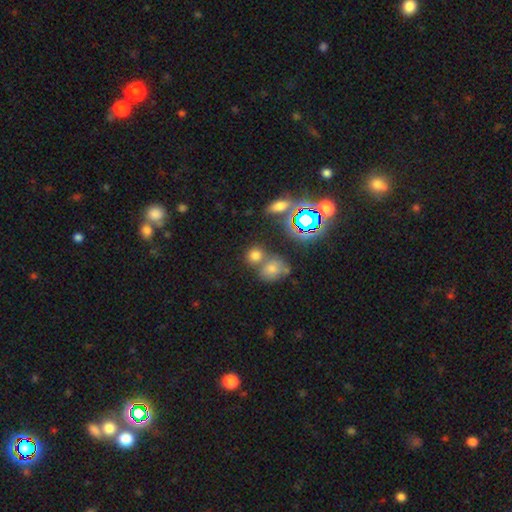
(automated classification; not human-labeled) Morphology: type=smooth (67%); roundness=round (74%); merging=none (53%).